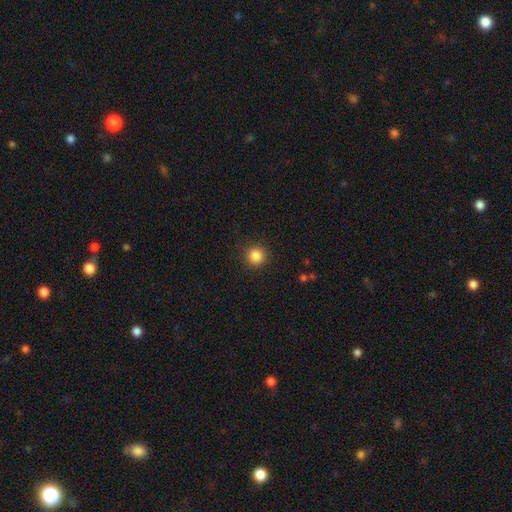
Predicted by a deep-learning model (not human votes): The model was most divided on "smooth or featured": smooth: 85%, star or artifact: 11%, featured or disk: 4%. More confident: how rounded — round (95%); merging — none (91%).